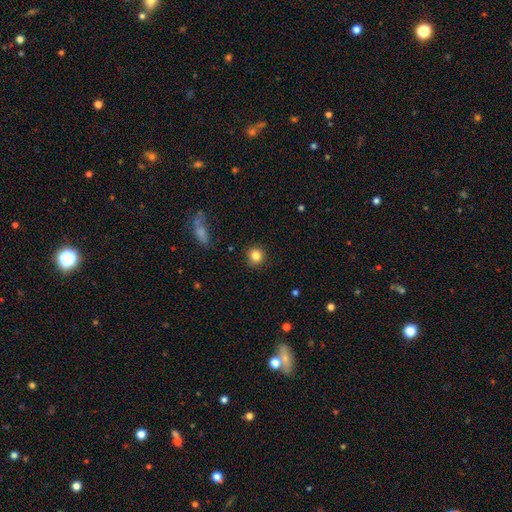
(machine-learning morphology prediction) Smooth or featured?
  - smooth: 84% *
  - star or artifact: 10%
  - featured or disk: 6%
How rounded?
  - round: 90% *
  - in between: 9%
  - cigar-shaped: 1%
Merging?
  - none: 88% *
  - minor disturbance: 8%
  - major disturbance: 2%
  - merger: 1%